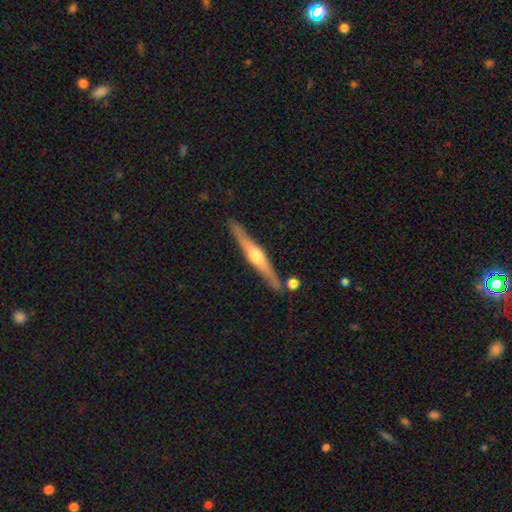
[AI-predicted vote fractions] featured or disk 75%, smooth 20%, star or artifact 5%. Down the decision tree: edge-on disk — yes (97%); edge-on bulge — rounded (92%); merging — none (85%).